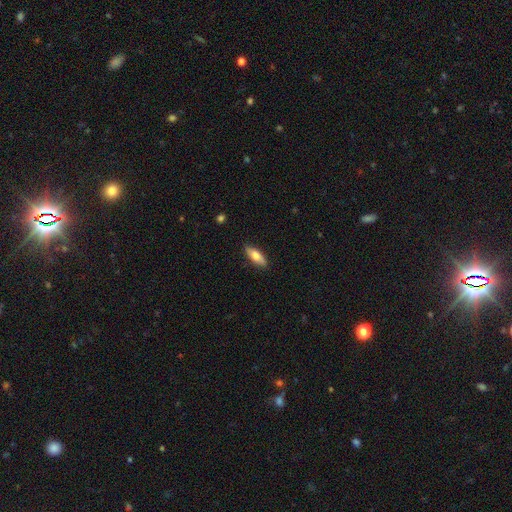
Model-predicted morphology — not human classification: smooth-or-featured: smooth: 71% | featured or disk: 24% | star or artifact: 6%
  how-rounded: in between: 67% | cigar-shaped: 31% | round: 2%
  merging: none: 87% | minor disturbance: 10% | major disturbance: 2% | merger: 1%